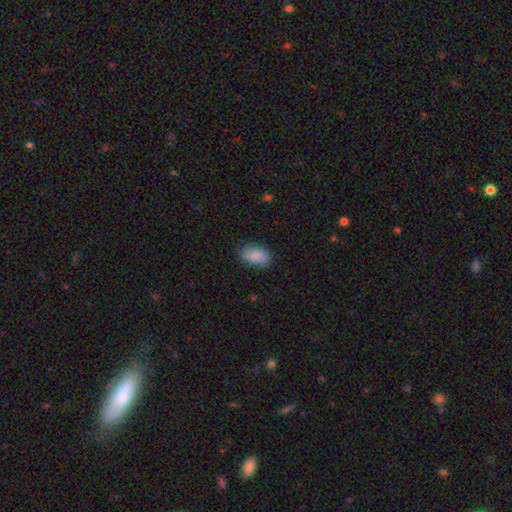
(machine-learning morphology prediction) A smooth galaxy with no disk features (85%) that is in between round and cigar-shaped (92%).

Vote fractions:
- Smooth or featured? smooth: 85% / featured or disk: 9% / star or artifact: 7%
- How rounded? in between: 92% / round: 5% / cigar-shaped: 2%
- Merging? none: 78% / minor disturbance: 17% / major disturbance: 4% / merger: 1%